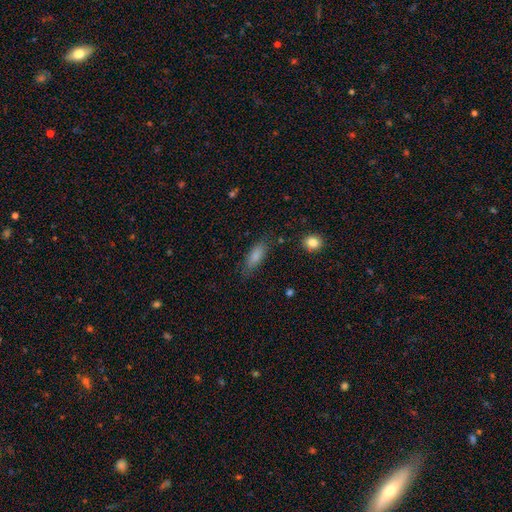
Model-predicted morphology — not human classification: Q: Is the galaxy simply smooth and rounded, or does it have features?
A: smooth — 82%.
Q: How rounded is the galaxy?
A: in between — 64%.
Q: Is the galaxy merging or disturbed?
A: none — 76%.